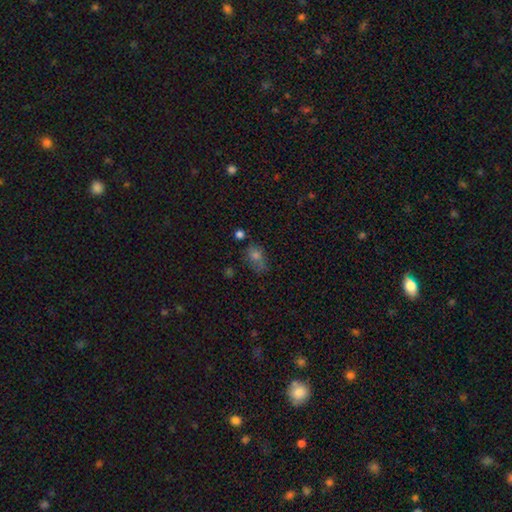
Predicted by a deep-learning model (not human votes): smooth_or_featured: smooth (p=0.63) [alt: star or artifact p=0.22]
how_rounded: in between (p=0.65) [alt: round p=0.32]
merging: none (p=0.50) [alt: minor disturbance p=0.27]